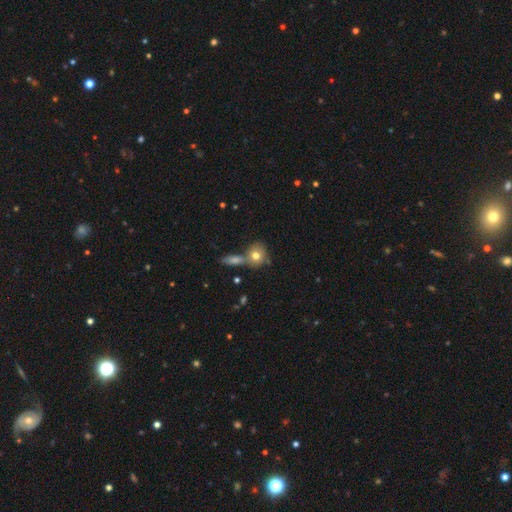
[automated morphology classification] smooth 75%, featured or disk 16%, star or artifact 9%. Down the decision tree: how rounded — round (68%); merging — none (47%).